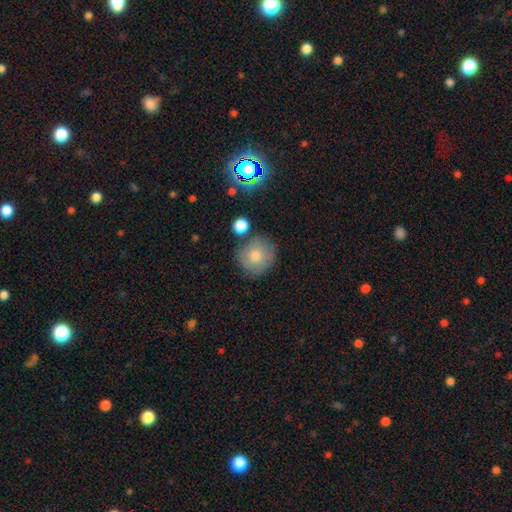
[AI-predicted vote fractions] Smooth or featured? smooth (75%)
How rounded? round (88%)
Merging? none (75%)